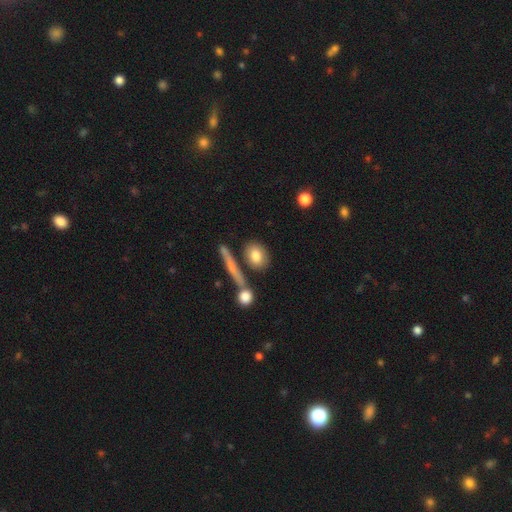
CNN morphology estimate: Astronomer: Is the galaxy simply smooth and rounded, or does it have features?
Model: smooth — 79%.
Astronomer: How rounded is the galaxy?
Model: in between — 49% (runner-up: round, 42%).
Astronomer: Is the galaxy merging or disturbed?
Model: none — 71%.